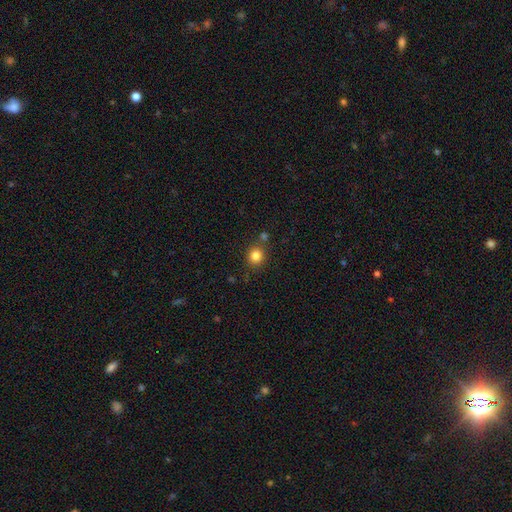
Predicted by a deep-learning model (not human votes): smooth-or-featured: smooth: 83% | star or artifact: 12% | featured or disk: 5%
  how-rounded: round: 85% | in between: 14% | cigar-shaped: 1%
  merging: none: 77% | merger: 10% | minor disturbance: 10% | major disturbance: 3%